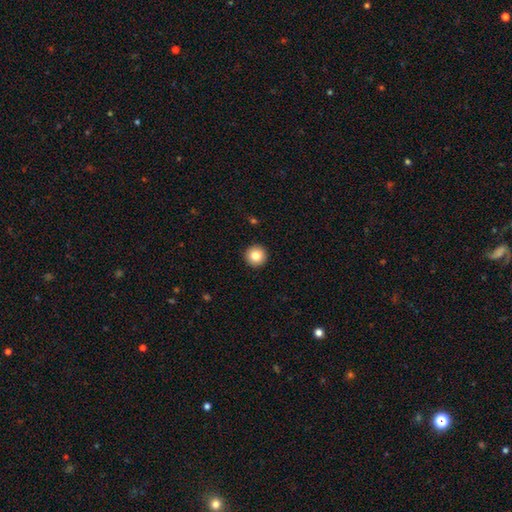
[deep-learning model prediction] smooth_or_featured: smooth (p=0.83) [alt: star or artifact p=0.09]
how_rounded: round (p=0.96) [alt: in between p=0.03]
merging: none (p=0.93) [alt: minor disturbance p=0.04]